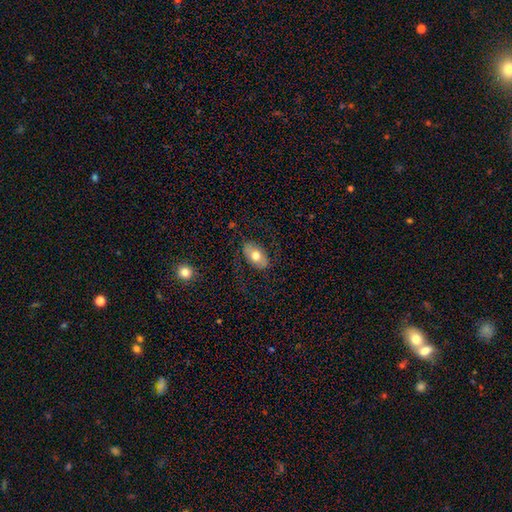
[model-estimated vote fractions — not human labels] This appears to be a smooth galaxy with no disk features (68%) that is in between round and cigar-shaped (91%). Merging: none (79%).